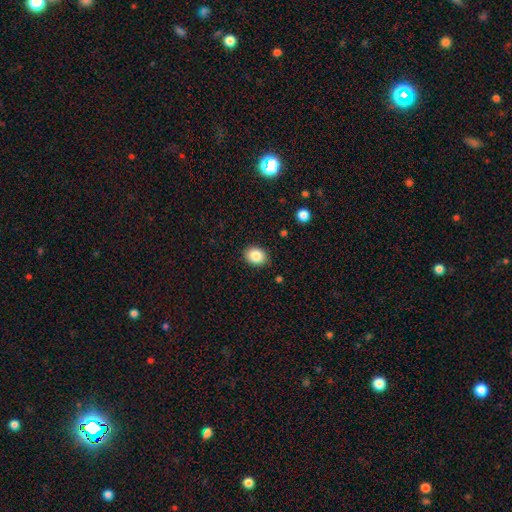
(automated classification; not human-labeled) A smooth galaxy with no disk features (86%) that is in between round and cigar-shaped (55%).

Vote fractions:
- Smooth or featured? smooth: 86% / star or artifact: 9% / featured or disk: 5%
- How rounded? in between: 55% / round: 44% / cigar-shaped: 1%
- Merging? none: 87% / minor disturbance: 10% / major disturbance: 2% / merger: 1%